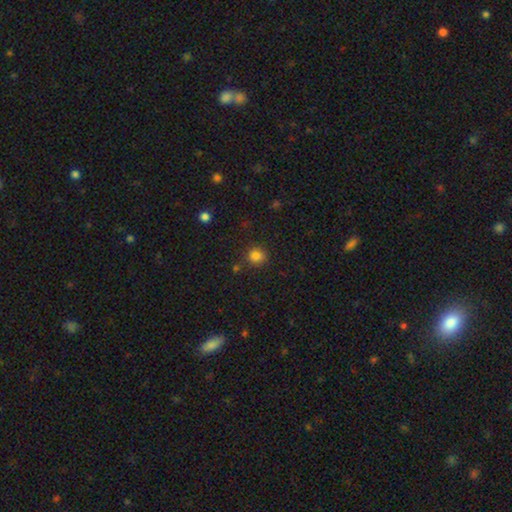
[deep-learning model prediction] Overall: smooth (80%). How rounded: round (85%). Merging: none (79%).